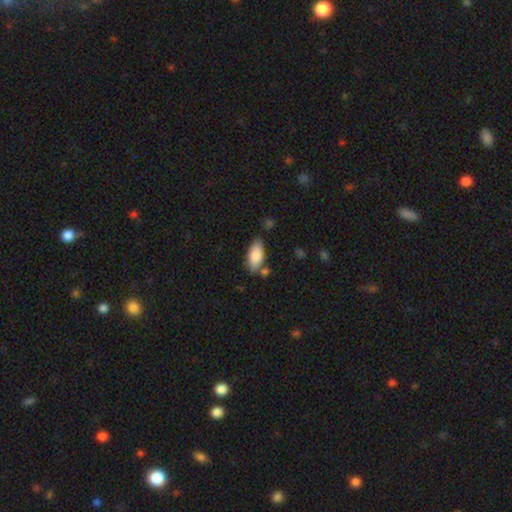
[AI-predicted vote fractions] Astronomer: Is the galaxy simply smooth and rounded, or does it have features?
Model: smooth — 85%.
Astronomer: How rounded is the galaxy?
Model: in between — 89%.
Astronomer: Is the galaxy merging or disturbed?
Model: none — 70%.